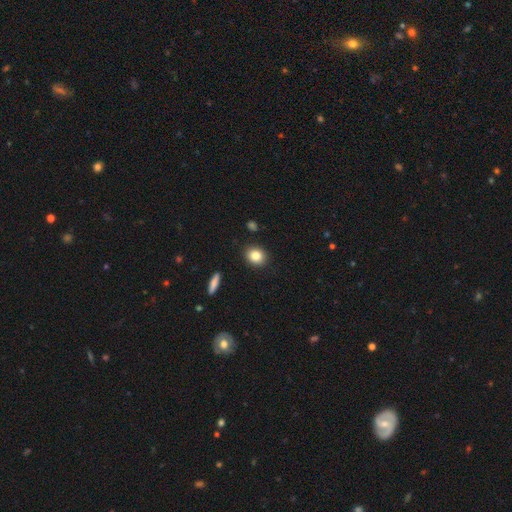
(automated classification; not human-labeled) This is clearly a smooth galaxy (83%). How rounded: likely round (70%). Merging: clearly none (90%).